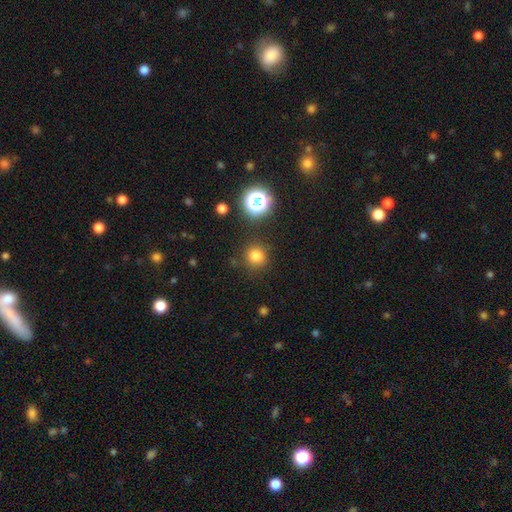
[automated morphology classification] Q: Smooth or featured?
A: smooth (78%); runner-up: star or artifact (17%)
Q: How rounded?
A: round (91%); runner-up: in between (8%)
Q: Merging?
A: none (84%); runner-up: minor disturbance (9%)